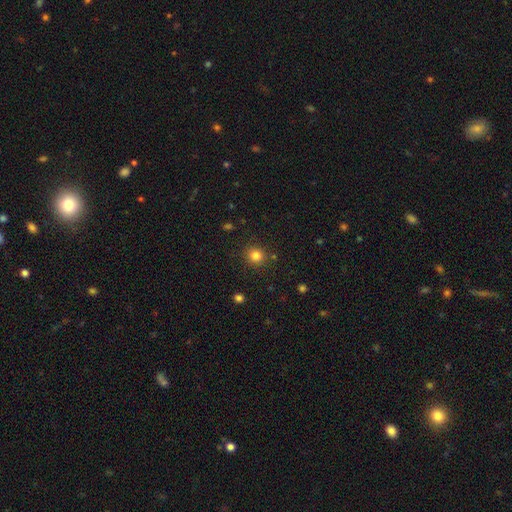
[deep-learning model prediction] smooth_or_featured: smooth (p=0.82) [alt: star or artifact p=0.13]
how_rounded: round (p=0.90) [alt: in between p=0.09]
merging: none (p=0.87) [alt: minor disturbance p=0.07]